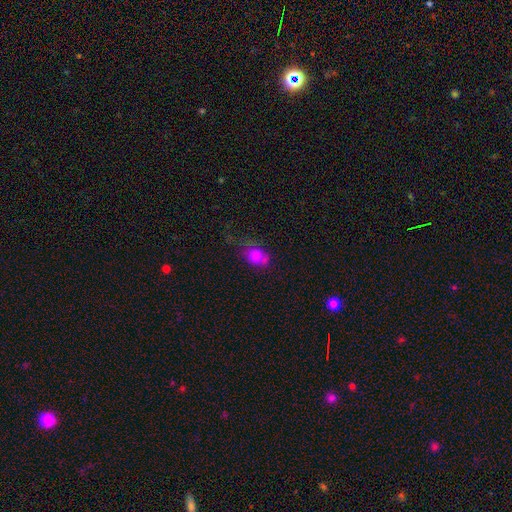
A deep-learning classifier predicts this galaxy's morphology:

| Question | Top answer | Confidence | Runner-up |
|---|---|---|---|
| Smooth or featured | smooth | 76% | featured or disk (13%) |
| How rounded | in between | 61% | round (37%) |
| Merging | none | 35% | minor disturbance (30%) |